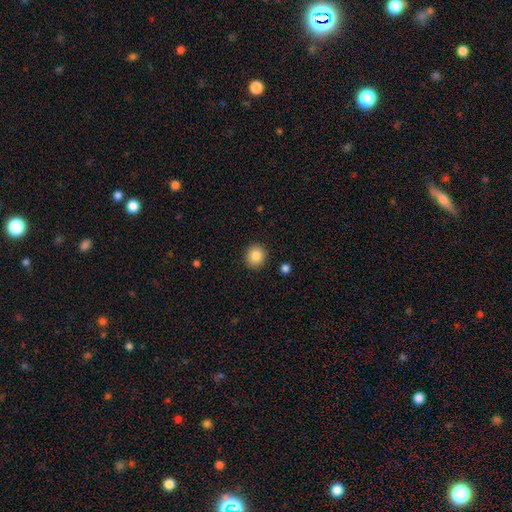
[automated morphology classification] Smooth or featured? smooth (86%)
How rounded? round (83%)
Merging? none (91%)